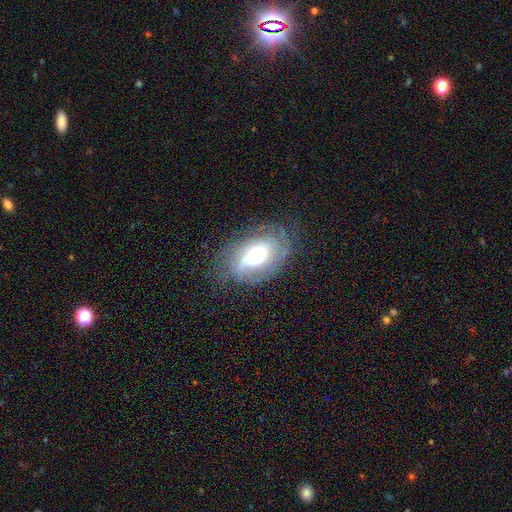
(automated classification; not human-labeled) Smooth or featured? featured or disk (73%)
Edge-on disk? no (94%)
Bar? no (50%)
Spiral arms? yes (88%)
Spiral winding? tight (60%)
Spiral arm count? can't tell (42%)
Bulge size? moderate (47%)
Merging? none (67%)